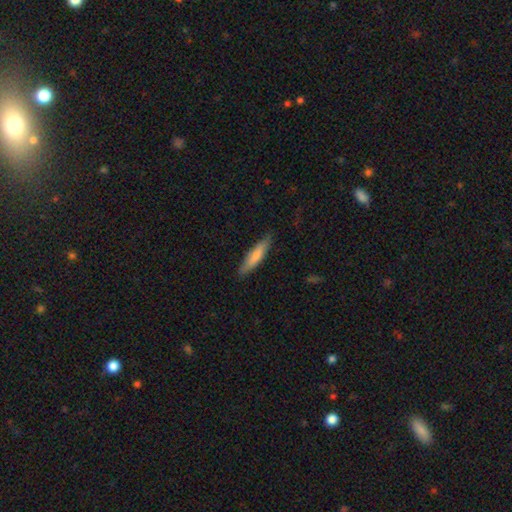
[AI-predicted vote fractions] Q: Smooth or featured?
A: smooth (73%); runner-up: featured or disk (21%)
Q: How rounded?
A: cigar-shaped (79%); runner-up: in between (19%)
Q: Merging?
A: none (84%); runner-up: minor disturbance (13%)